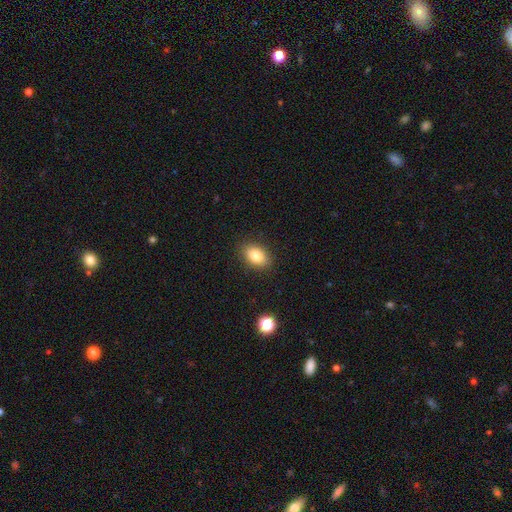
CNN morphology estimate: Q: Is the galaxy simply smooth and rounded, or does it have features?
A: smooth — 83%.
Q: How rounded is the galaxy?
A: in between — 85%.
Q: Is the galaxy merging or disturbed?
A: none — 87%.